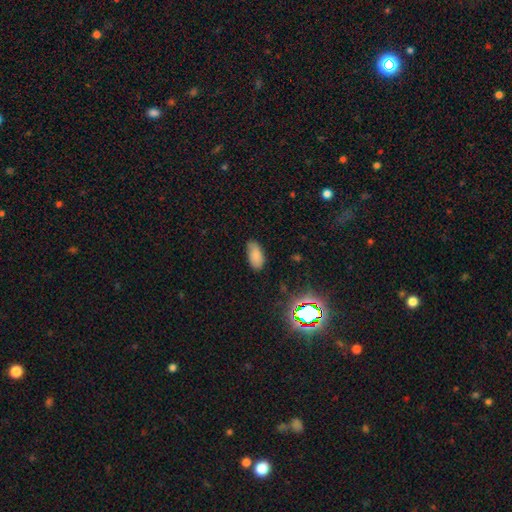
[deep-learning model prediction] smooth 80%, star or artifact 12%, featured or disk 8%. Down the decision tree: how rounded — in between (92%); merging — none (71%).